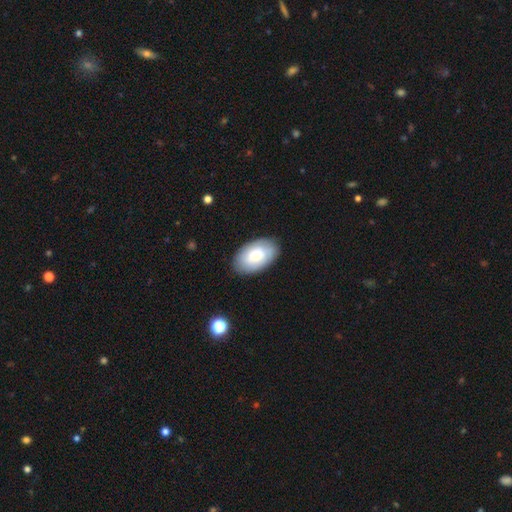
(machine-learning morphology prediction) type=smooth (70%); roundness=in between (93%); merging=none (85%).